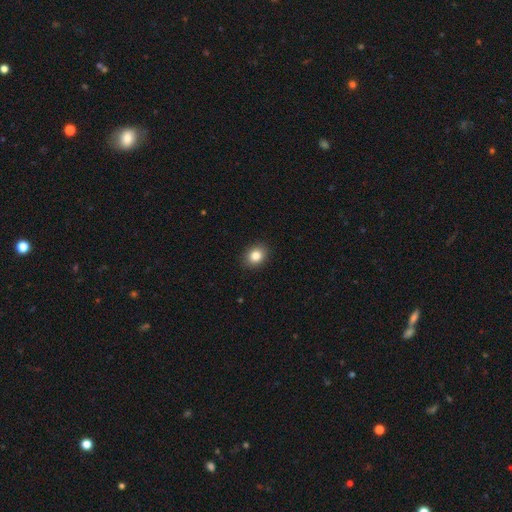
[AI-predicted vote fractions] smooth-or-featured: smooth: 83% | star or artifact: 10% | featured or disk: 7%
  how-rounded: round: 56% | in between: 43% | cigar-shaped: 1%
  merging: none: 90% | minor disturbance: 7% | major disturbance: 2% | merger: 1%